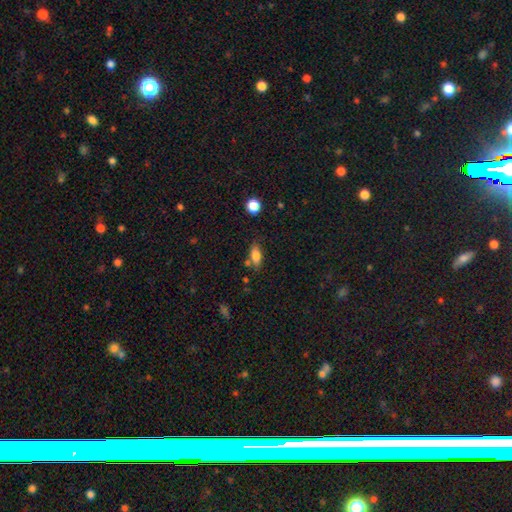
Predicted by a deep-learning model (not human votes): Smooth or featured?
  - smooth: 81% *
  - featured or disk: 11%
  - star or artifact: 9%
How rounded?
  - in between: 80% *
  - cigar-shaped: 16%
  - round: 4%
Merging?
  - none: 69% *
  - minor disturbance: 18%
  - merger: 8%
  - major disturbance: 5%